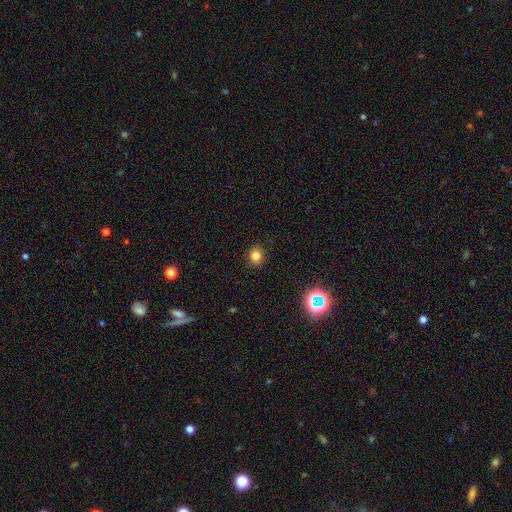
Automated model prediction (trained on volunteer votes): Smooth or featured: smooth — 79% (star or artifact — 15%)
How rounded: round — 72% (in between — 27%)
Merging: none — 89% (minor disturbance — 7%)